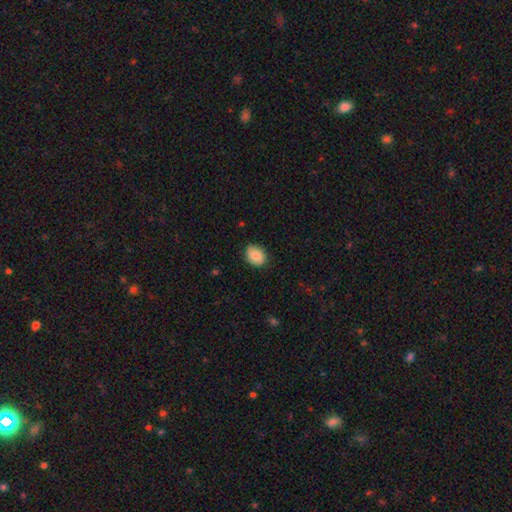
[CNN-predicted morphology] Smooth or featured? smooth (82%)
How rounded? in between (51%)
Merging? none (81%)